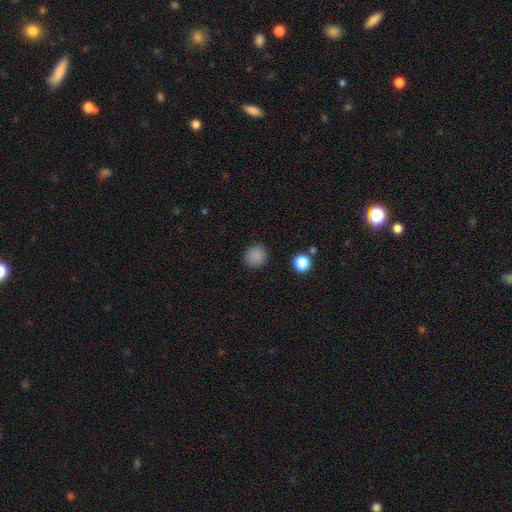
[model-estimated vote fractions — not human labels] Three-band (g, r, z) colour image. It shows a smooth galaxy with no disk features (86%) that is round (81%). Merging: none (88%).